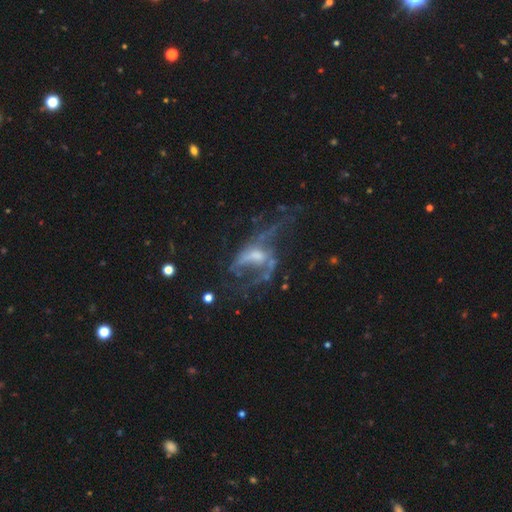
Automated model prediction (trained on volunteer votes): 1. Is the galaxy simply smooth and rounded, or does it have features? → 75% featured or disk, 13% star or artifact, 12% smooth.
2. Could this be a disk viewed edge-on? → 91% no, 9% yes.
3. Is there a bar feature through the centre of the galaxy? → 56% no, 31% weak, 13% strong.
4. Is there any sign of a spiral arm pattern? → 62% yes, 38% no.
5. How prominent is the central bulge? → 41% moderate, 39% small, 12% none, 7% large, 2% dominant.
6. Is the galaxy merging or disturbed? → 47% major disturbance, 32% none, 15% minor disturbance, 7% merger.